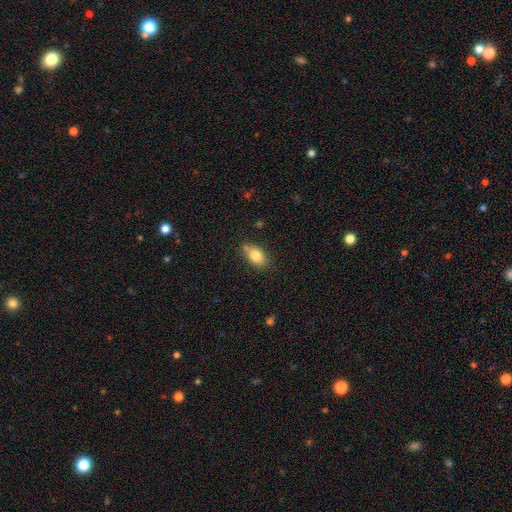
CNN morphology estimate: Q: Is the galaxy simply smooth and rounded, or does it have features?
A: smooth — 81%.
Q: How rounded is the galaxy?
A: in between — 88%.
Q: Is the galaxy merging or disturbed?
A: none — 71%.